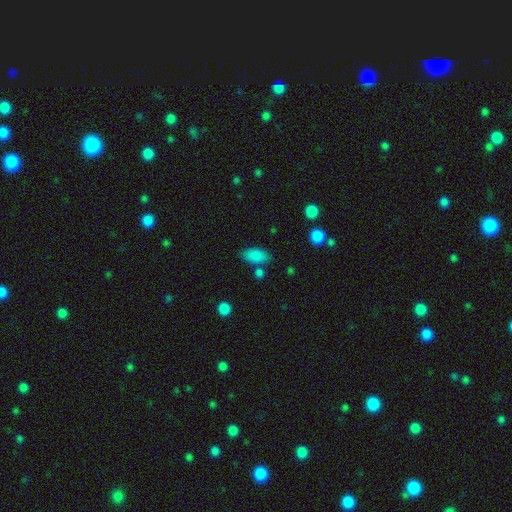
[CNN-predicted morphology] type=smooth (86%); roundness=in between (91%); merging=none (74%).